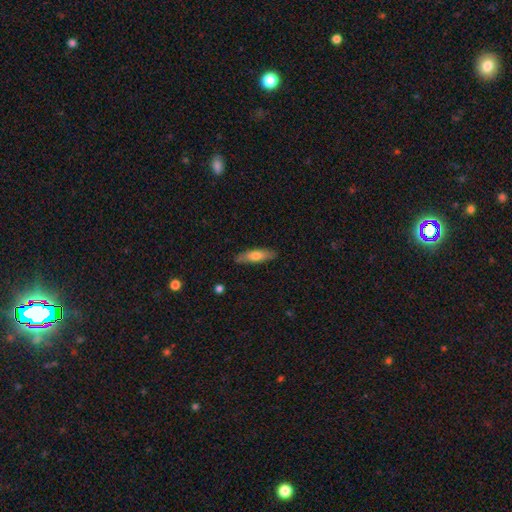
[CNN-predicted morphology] A smooth galaxy with no disk features (66%) that is cigar-shaped (61%). Merging: none (85%).